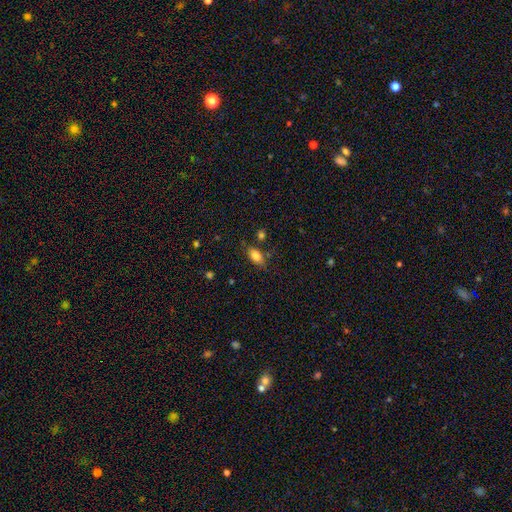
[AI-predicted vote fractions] This is clearly a smooth galaxy (82%). How rounded: clearly in between (87%). Merging: likely none (74%).